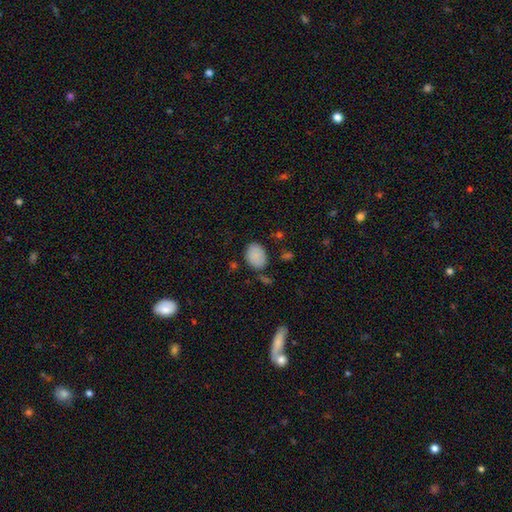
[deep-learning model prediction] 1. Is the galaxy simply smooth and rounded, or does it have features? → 87% smooth, 7% star or artifact, 6% featured or disk.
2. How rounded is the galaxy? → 69% in between, 30% round, 1% cigar-shaped.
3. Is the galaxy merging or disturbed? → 74% none, 18% minor disturbance, 4% merger, 4% major disturbance.